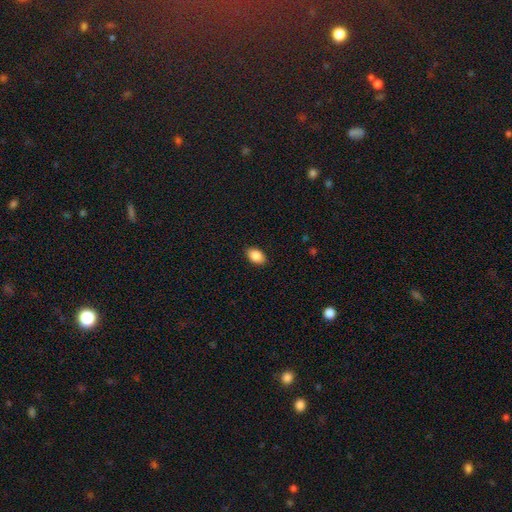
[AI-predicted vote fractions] Smooth or featured? smooth (88%)
How rounded? in between (87%)
Merging? none (89%)